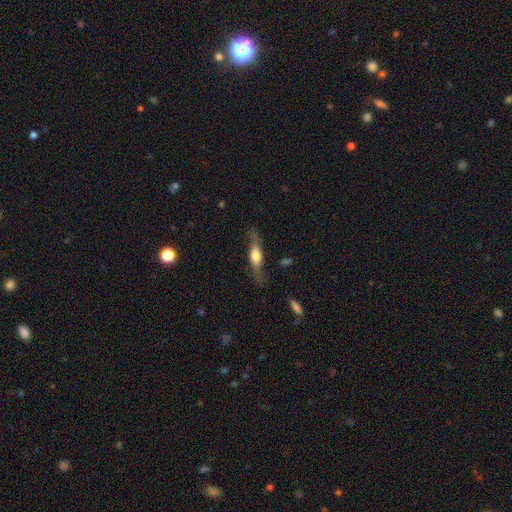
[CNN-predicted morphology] smooth_or_featured: featured or disk (p=0.54) [alt: smooth p=0.39]
disk_edge_on: yes (p=0.73) [alt: no p=0.27]
merging: none (p=0.70) [alt: minor disturbance p=0.20]